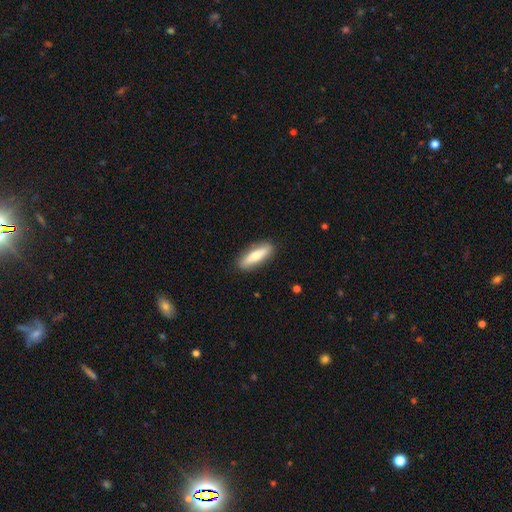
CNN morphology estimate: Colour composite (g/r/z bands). It shows a smooth galaxy with no disk features (60%) that is cigar-shaped (58%). Merging: none (88%).